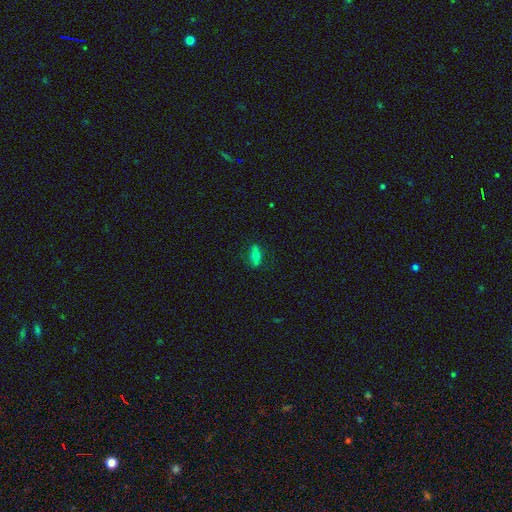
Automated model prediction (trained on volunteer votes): Morphology: type=smooth (68%); roundness=in between (72%); merging=none (80%).